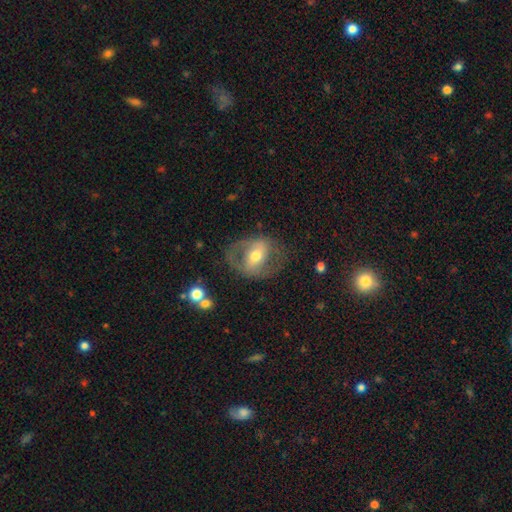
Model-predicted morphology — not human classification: smooth_or_featured: featured or disk (p=0.63) [alt: smooth p=0.30]
disk_edge_on: no (p=0.94) [alt: yes p=0.06]
bar: weak (p=0.36) [alt: no p=0.33]
has_spiral_arms: no (p=0.52) [alt: yes p=0.48]
bulge_size: moderate (p=0.70) [alt: small p=0.18]
merging: none (p=0.64) [alt: minor disturbance p=0.18]